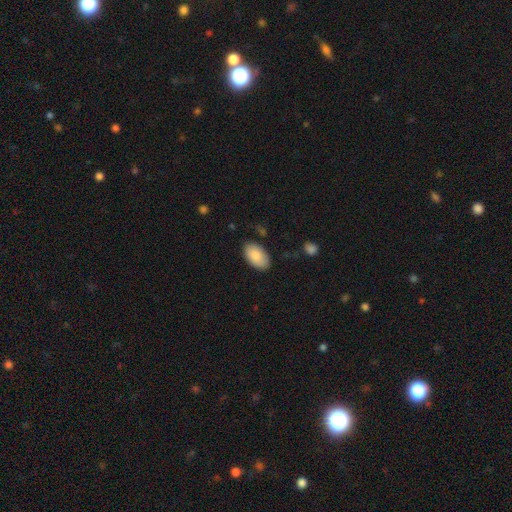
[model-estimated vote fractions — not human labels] Smooth or featured: smooth — 86% (featured or disk — 8%)
How rounded: in between — 95% (round — 4%)
Merging: none — 83% (minor disturbance — 12%)